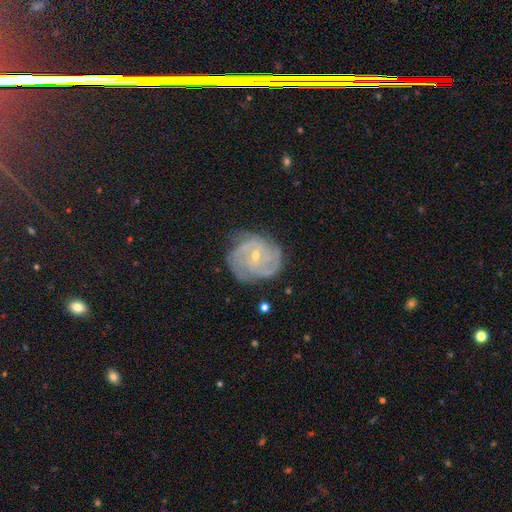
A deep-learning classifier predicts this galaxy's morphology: Smooth or featured? featured or disk (83%)
Edge-on disk? no (98%)
Bar? no (57%)
Spiral arms? yes (95%)
Spiral winding? tight (64%)
Spiral arm count? 3 (27%)
Bulge size? small (70%)
Merging? none (73%)